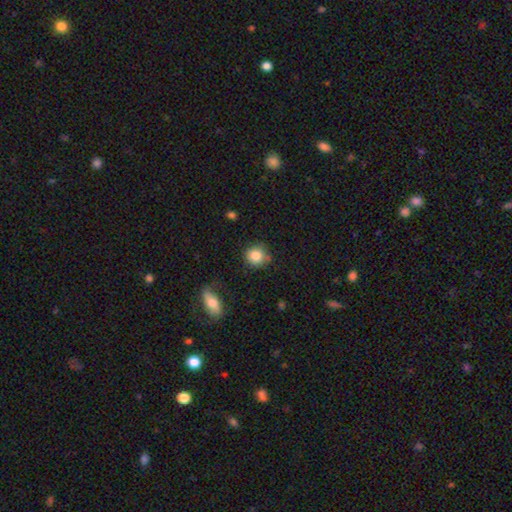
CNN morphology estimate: smooth-or-featured: smooth: 84% | star or artifact: 9% | featured or disk: 6%
  how-rounded: round: 88% | in between: 11% | cigar-shaped: 1%
  merging: none: 75% | minor disturbance: 16% | merger: 5% | major disturbance: 4%